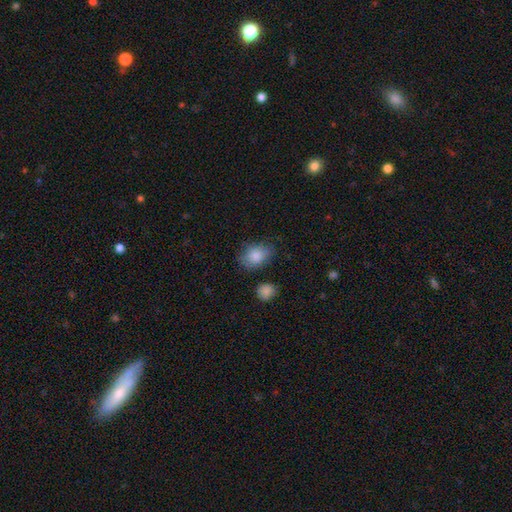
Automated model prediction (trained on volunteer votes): smooth 86%, star or artifact 7%, featured or disk 7%. Down the decision tree: how rounded — in between (75%); merging — none (71%).